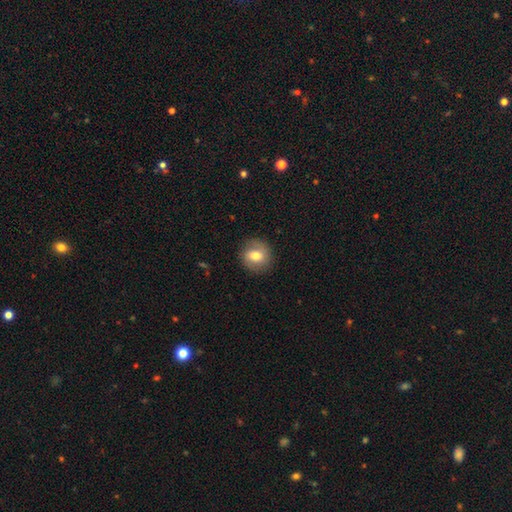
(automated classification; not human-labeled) A smooth galaxy with no disk features (64%) that is round (81%). Merging: none (84%).